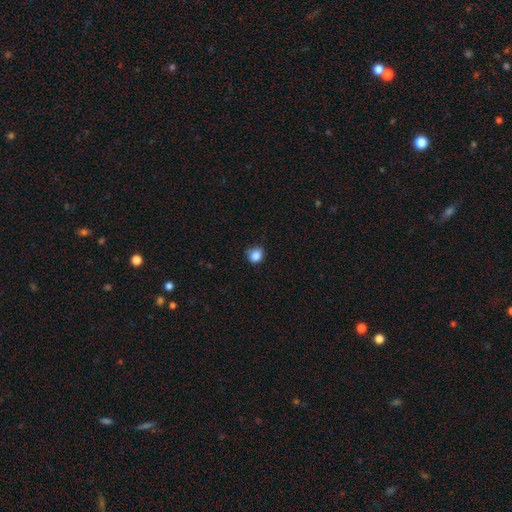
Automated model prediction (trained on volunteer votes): The model was most divided on "how rounded": round: 68%, in between: 31%, cigar-shaped: 1%. More confident: smooth or featured — smooth (85%); merging — none (71%).